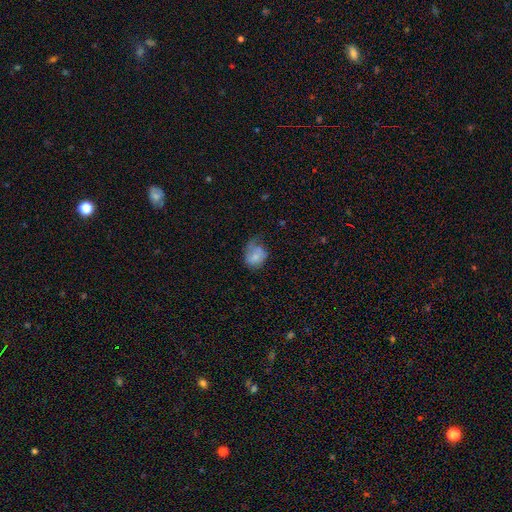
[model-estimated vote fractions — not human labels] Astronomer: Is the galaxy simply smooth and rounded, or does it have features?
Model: smooth — 68%.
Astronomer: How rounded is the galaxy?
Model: in between — 51% (runner-up: round, 48%).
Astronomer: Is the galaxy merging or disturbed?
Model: minor disturbance — 36% (runner-up: none, 31%).